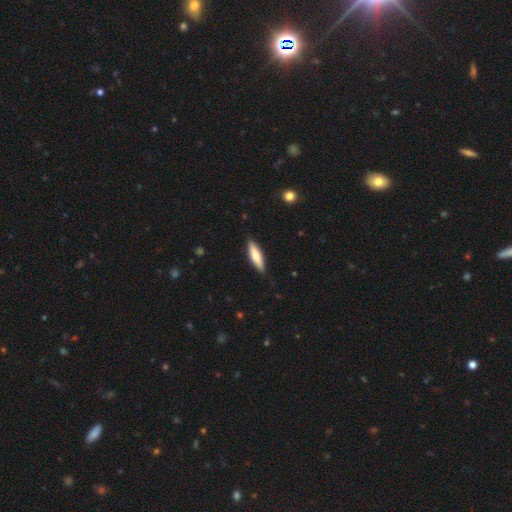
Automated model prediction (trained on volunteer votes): Morphology: type=smooth (75%); roundness=cigar-shaped (64%); merging=none (88%).